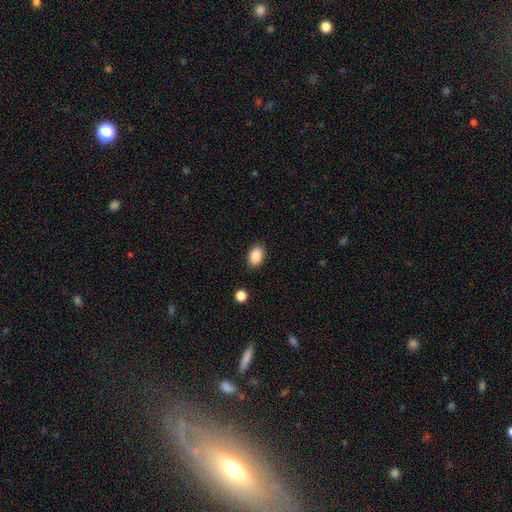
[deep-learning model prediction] Morphology: type=smooth (88%); roundness=in between (85%); merging=none (84%).